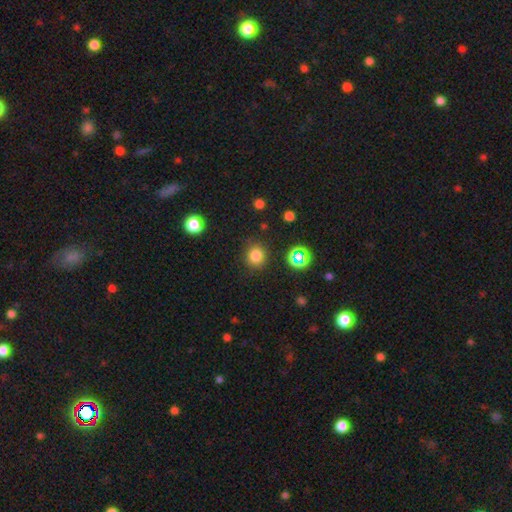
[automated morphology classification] Q: Smooth or featured?
A: smooth (78%); runner-up: star or artifact (16%)
Q: How rounded?
A: round (90%); runner-up: in between (9%)
Q: Merging?
A: none (86%); runner-up: minor disturbance (9%)